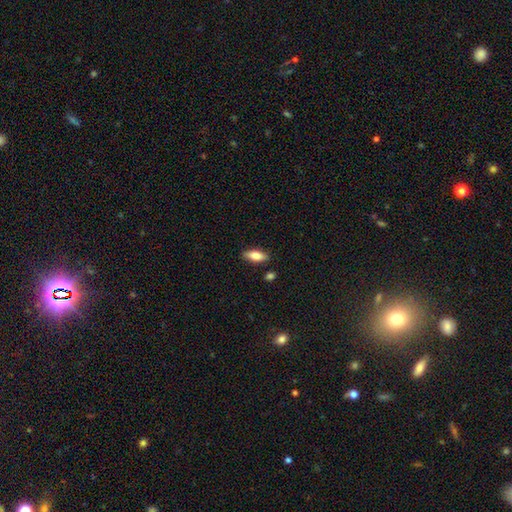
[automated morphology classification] A smooth galaxy with no disk features (77%) that is in between round and cigar-shaped (78%).

Vote fractions:
- Smooth or featured? smooth: 77% / featured or disk: 17% / star or artifact: 7%
- How rounded? in between: 78% / cigar-shaped: 20% / round: 2%
- Merging? none: 86% / minor disturbance: 9% / merger: 3% / major disturbance: 2%